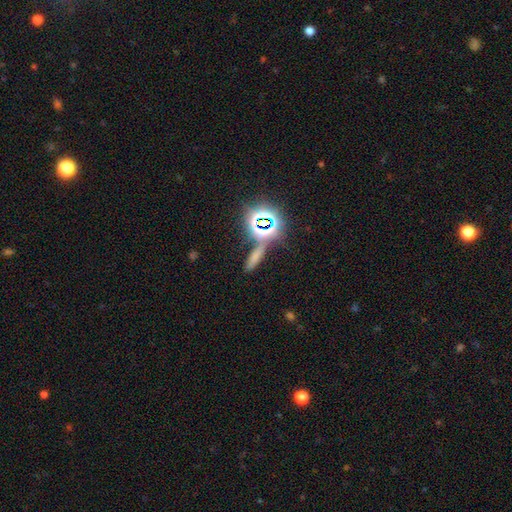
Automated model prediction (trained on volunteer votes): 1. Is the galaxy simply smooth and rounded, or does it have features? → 55% smooth, 34% star or artifact, 11% featured or disk.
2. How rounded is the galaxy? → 66% cigar-shaped, 25% in between, 9% round.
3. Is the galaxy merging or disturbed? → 70% none, 13% merger, 12% minor disturbance, 5% major disturbance.